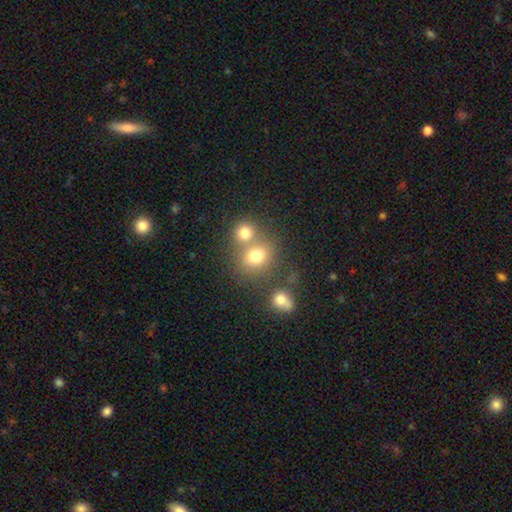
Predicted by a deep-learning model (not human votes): The model was most divided on "merging": none: 50%, merger: 37%, minor disturbance: 9%, major disturbance: 4%. More confident: smooth or featured — smooth (75%); how rounded — round (74%).